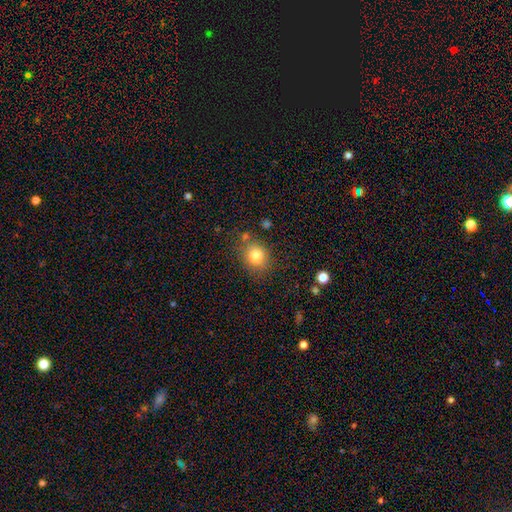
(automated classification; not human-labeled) smooth 81%, star or artifact 11%, featured or disk 8%. Down the decision tree: how rounded — round (67%); merging — none (75%).